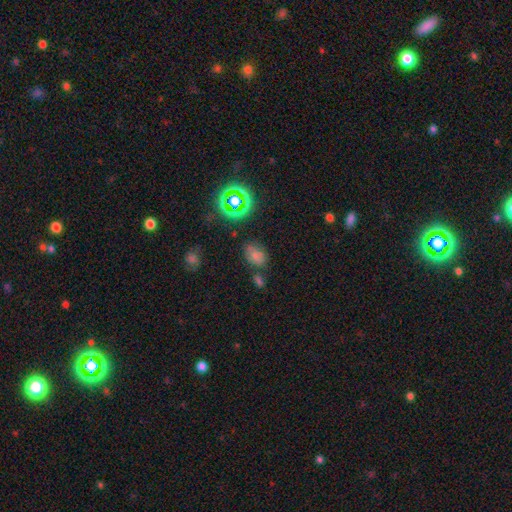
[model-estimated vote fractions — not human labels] This appears to be a smooth galaxy with no disk features (64%) that is in between round and cigar-shaped (77%). Merging: none (59%).